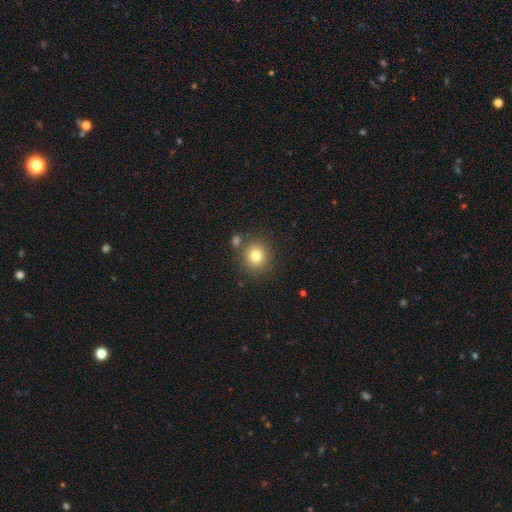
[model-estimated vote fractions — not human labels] This is likely a smooth galaxy (80%). How rounded: clearly round (86%). Merging: likely none (77%).